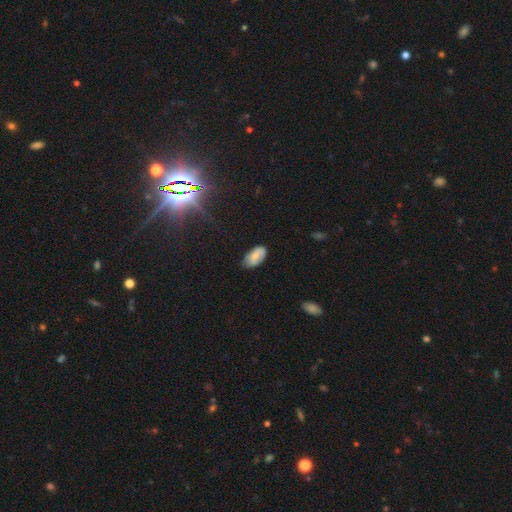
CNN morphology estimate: This appears to be a smooth galaxy with no disk features (77%) that is in between round and cigar-shaped (95%). Merging: none (70%).